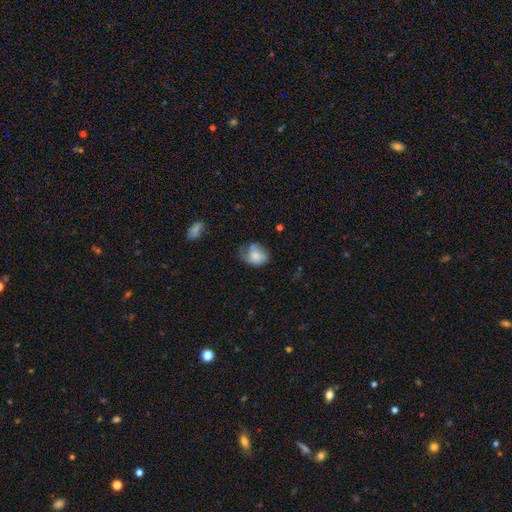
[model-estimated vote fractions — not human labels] Morphology: type=smooth (66%); roundness=in between (59%); merging=none (37%).